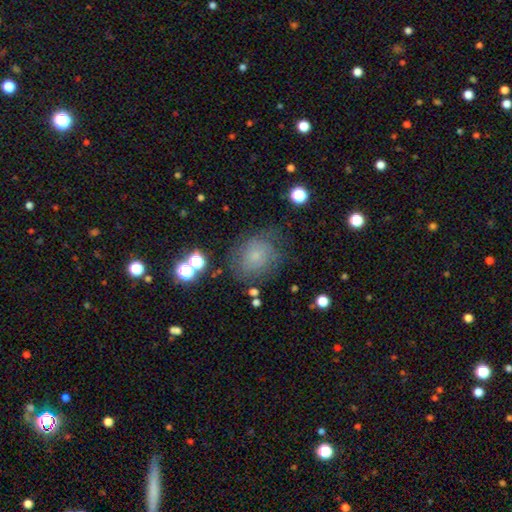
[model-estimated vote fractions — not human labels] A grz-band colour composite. It shows a smooth galaxy with no disk features (55%) that is round (68%). Merging: none (62%).